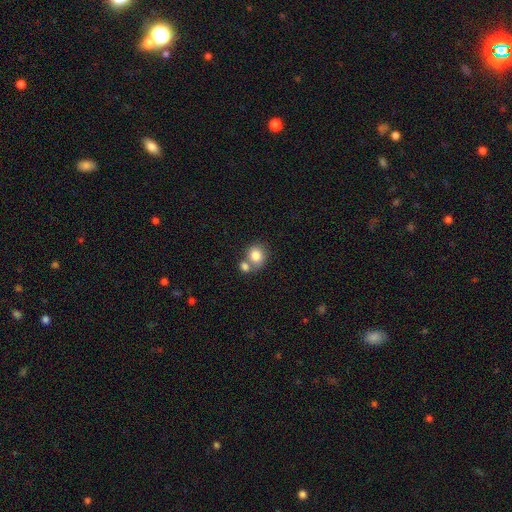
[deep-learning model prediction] Overall: smooth (82%). How rounded: round (70%). Merging: none (46%; merger 41%).